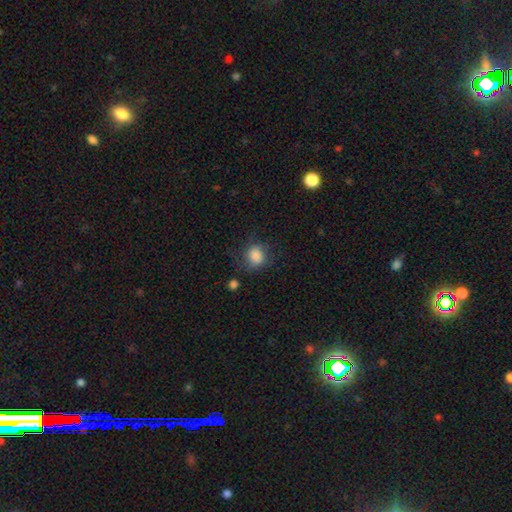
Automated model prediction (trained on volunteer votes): This is clearly a smooth galaxy (83%). How rounded: likely round (73%). Merging: likely none (63%).